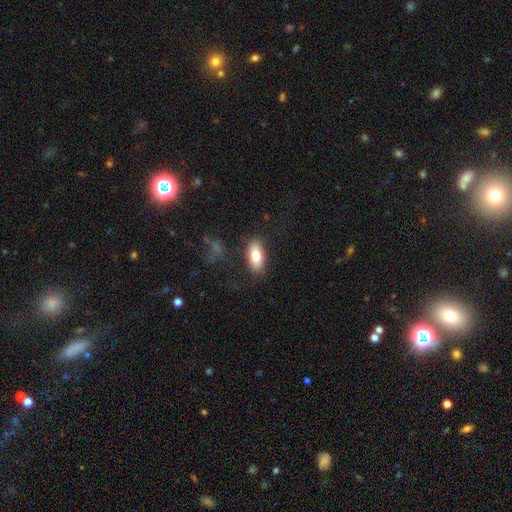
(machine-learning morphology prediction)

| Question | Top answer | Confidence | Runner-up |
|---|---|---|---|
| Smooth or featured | smooth | 77% | featured or disk (16%) |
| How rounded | in between | 86% | cigar-shaped (11%) |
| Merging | none | 82% | minor disturbance (12%) |